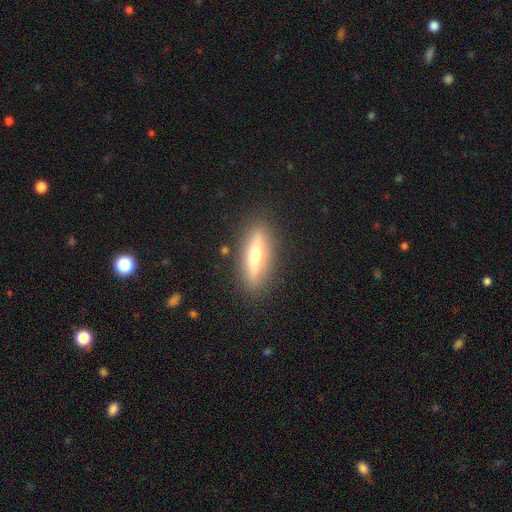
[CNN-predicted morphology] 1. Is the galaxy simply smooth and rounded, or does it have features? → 51% featured or disk, 41% smooth, 7% star or artifact.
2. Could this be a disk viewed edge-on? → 84% yes, 16% no.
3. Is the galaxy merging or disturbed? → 88% none, 8% minor disturbance, 2% major disturbance, 1% merger.